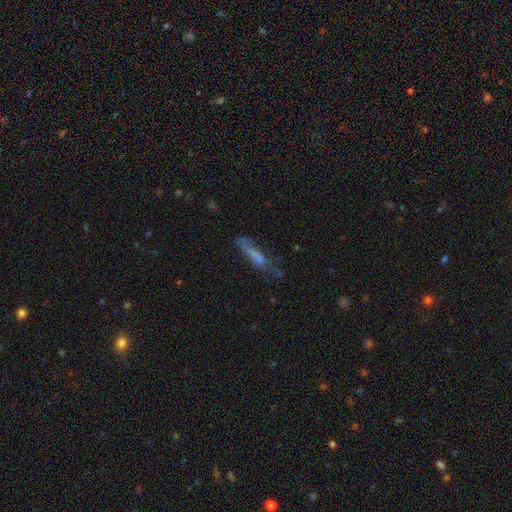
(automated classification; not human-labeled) Q: Smooth or featured?
A: smooth (53%); runner-up: featured or disk (35%)
Q: How rounded?
A: cigar-shaped (75%); runner-up: in between (23%)
Q: Merging?
A: none (41%); runner-up: minor disturbance (26%)